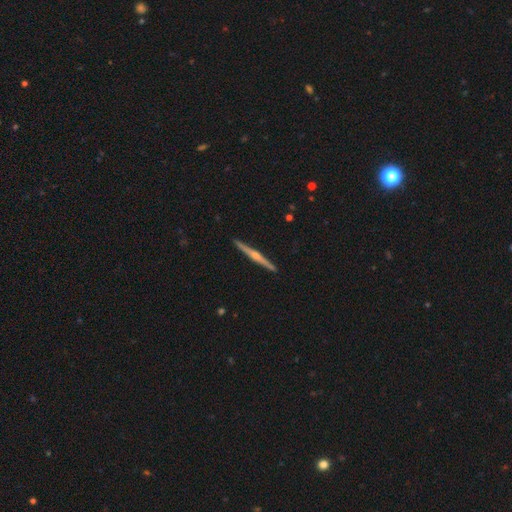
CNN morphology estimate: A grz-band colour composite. It shows a featured or disk galaxy (77%) viewed edge-on (99%) with a rounded central bulge (81%). Merging: none (92%).